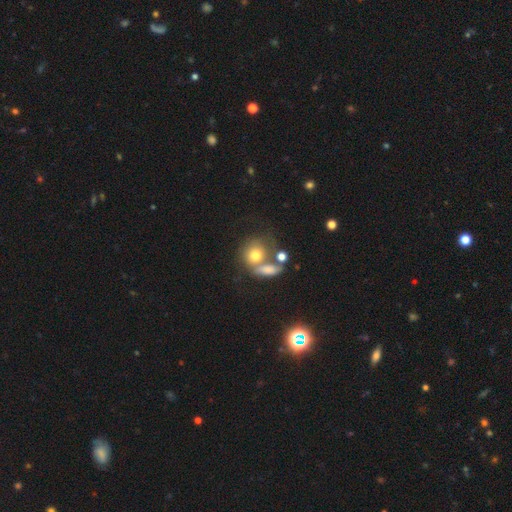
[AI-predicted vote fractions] Overall: smooth (71%). How rounded: round (65%; in between 32%). Merging: merger (43%; none 34%).